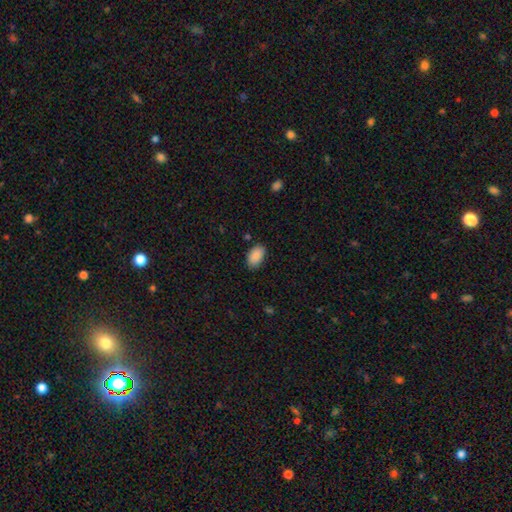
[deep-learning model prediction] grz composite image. It shows a smooth galaxy with no disk features (90%) that is in between round and cigar-shaped (93%). Merging: none (84%).